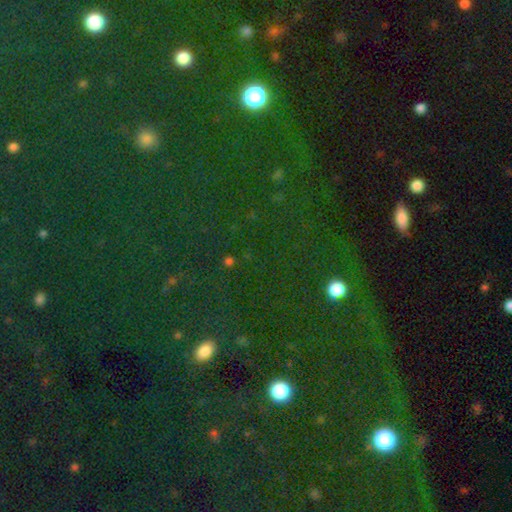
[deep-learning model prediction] smooth_or_featured: star or artifact (p=0.71) [alt: smooth p=0.19]